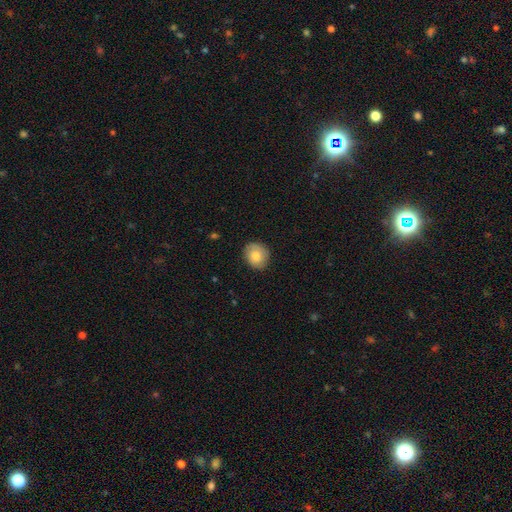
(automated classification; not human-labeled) Smooth or featured? smooth (76%)
How rounded? round (75%)
Merging? none (83%)